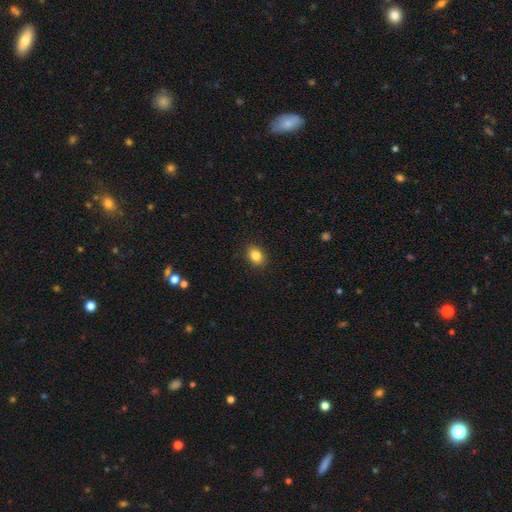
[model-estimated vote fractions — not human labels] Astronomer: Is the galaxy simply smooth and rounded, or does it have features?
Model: smooth — 85%.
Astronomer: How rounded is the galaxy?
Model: in between — 64%.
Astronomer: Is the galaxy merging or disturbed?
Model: none — 90%.